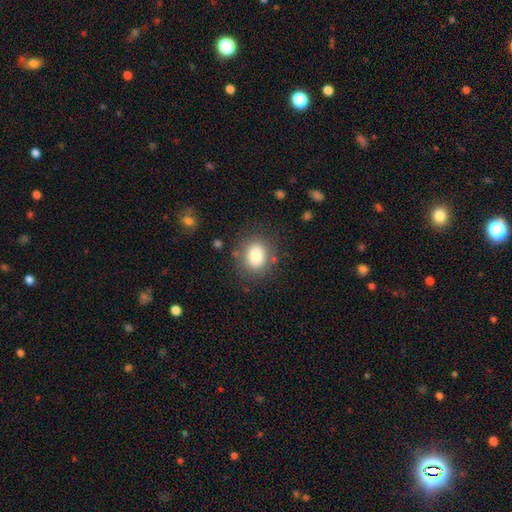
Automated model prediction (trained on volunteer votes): smooth-or-featured: smooth: 81% | star or artifact: 9% | featured or disk: 9%
  how-rounded: round: 55% | in between: 44% | cigar-shaped: 1%
  merging: none: 81% | minor disturbance: 12% | major disturbance: 5% | merger: 2%